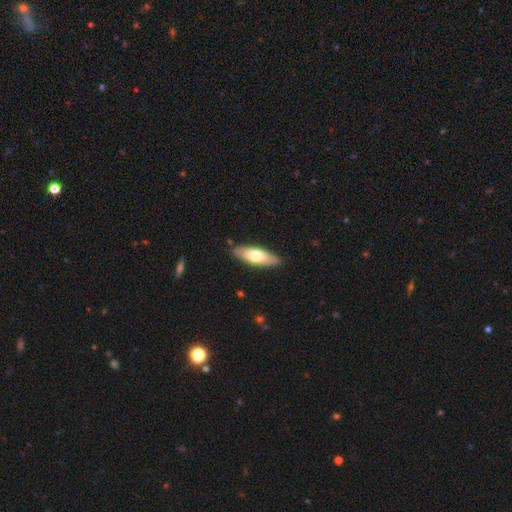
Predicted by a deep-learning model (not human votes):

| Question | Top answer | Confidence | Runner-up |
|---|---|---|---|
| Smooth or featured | smooth | 65% | featured or disk (30%) |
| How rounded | in between | 60% | cigar-shaped (39%) |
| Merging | none | 87% | minor disturbance (10%) |